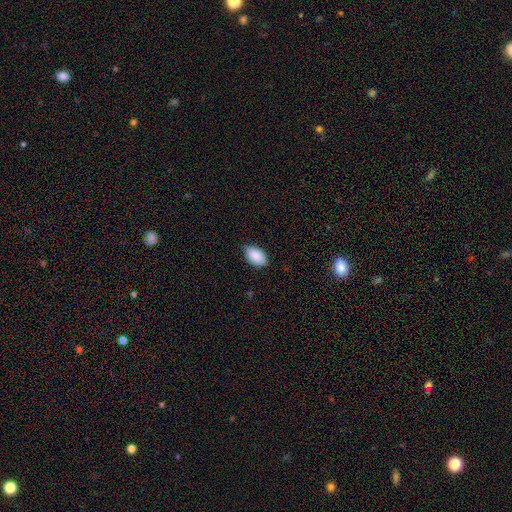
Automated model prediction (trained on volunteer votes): Smooth or featured? Predicted: smooth (p=0.88). How rounded? Predicted: in between (p=0.93). Merging? Predicted: none (p=0.78).